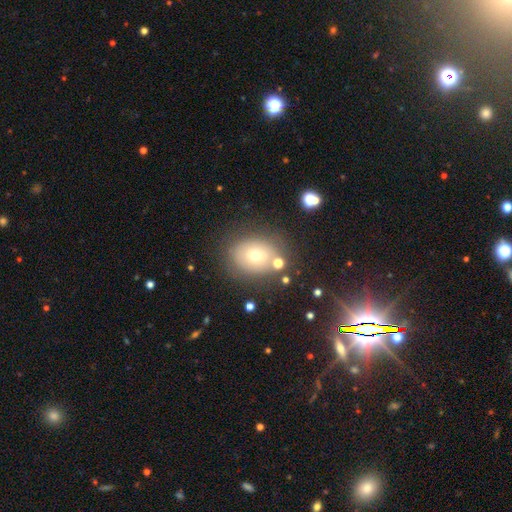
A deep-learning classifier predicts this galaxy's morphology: Smooth or featured? smooth (65%)
How rounded? round (53%)
Merging? none (71%)